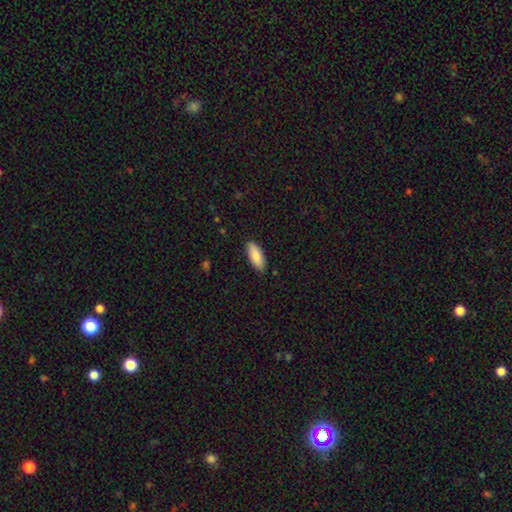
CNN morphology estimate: Smooth or featured?
  - smooth: 88% *
  - featured or disk: 7%
  - star or artifact: 6%
How rounded?
  - in between: 79% *
  - cigar-shaped: 20%
  - round: 2%
Merging?
  - none: 87% *
  - minor disturbance: 10%
  - major disturbance: 2%
  - merger: 1%